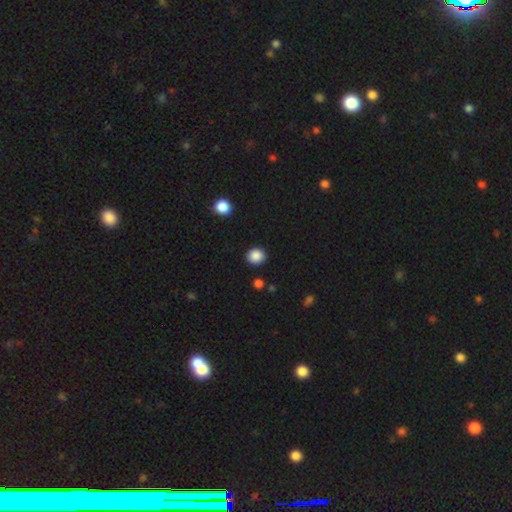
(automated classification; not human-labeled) smooth-or-featured: smooth: 87% | star or artifact: 10% | featured or disk: 3%
  how-rounded: round: 81% | in between: 18% | cigar-shaped: 1%
  merging: none: 90% | minor disturbance: 7% | major disturbance: 2% | merger: 2%